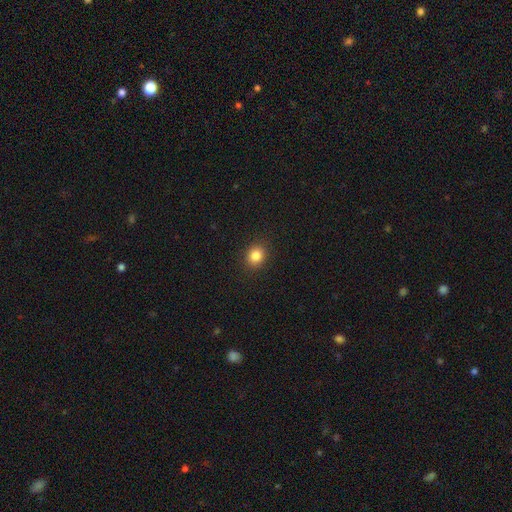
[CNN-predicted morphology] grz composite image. It shows a smooth galaxy with no disk features (85%) that is round (68%). Merging: none (90%).